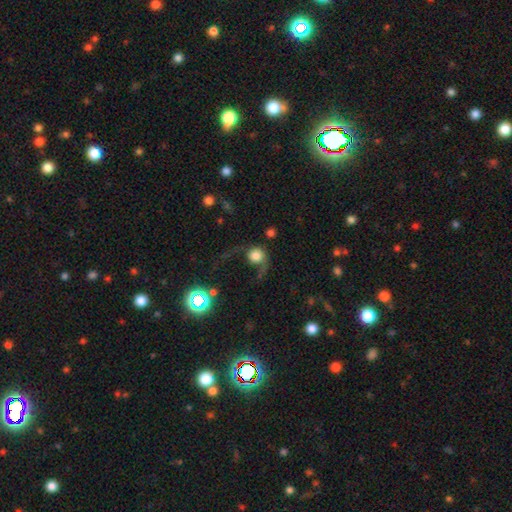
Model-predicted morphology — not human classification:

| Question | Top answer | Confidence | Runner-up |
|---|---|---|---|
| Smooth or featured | smooth | 66% | featured or disk (22%) |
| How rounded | round | 87% | in between (12%) |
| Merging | major disturbance | 48% | none (29%) |